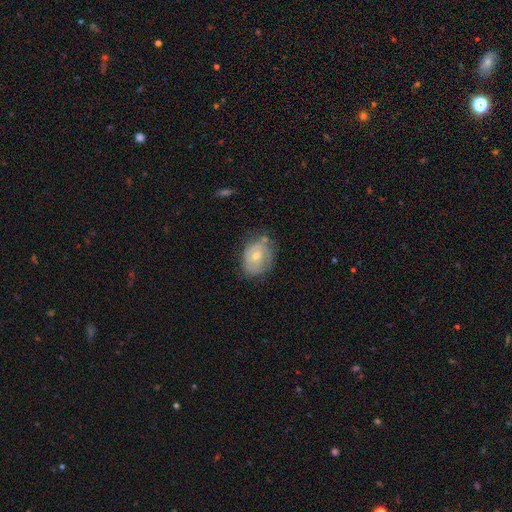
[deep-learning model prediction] featured or disk 55%, smooth 38%, star or artifact 7%. Down the decision tree: edge-on disk — no (96%); bar — no (72%); spiral arms — yes (64%); bulge size — moderate (53%); merging — none (56%).